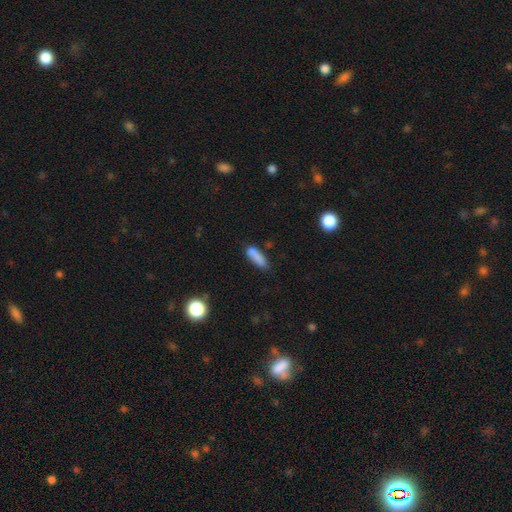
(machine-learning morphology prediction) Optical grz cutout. It shows a smooth galaxy with no disk features (83%) that is cigar-shaped (56%). Merging: none (65%).